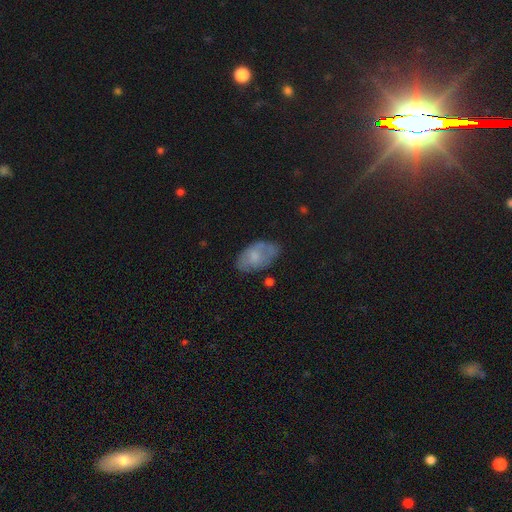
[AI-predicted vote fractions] Smooth or featured? smooth (61%)
How rounded? in between (92%)
Merging? none (60%)